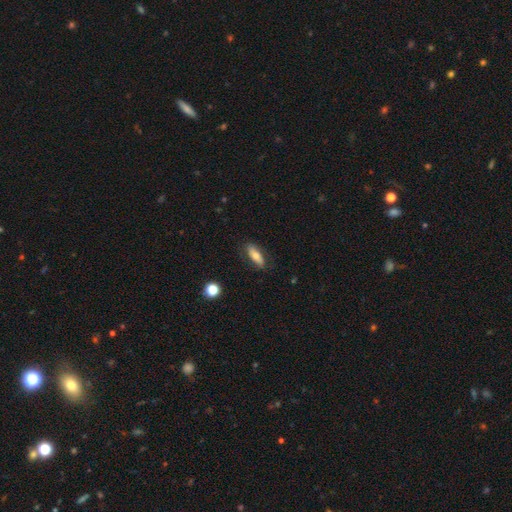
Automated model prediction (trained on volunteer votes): This appears to be a smooth galaxy with no disk features (65%) that is in between round and cigar-shaped (61%). Merging: none (82%).